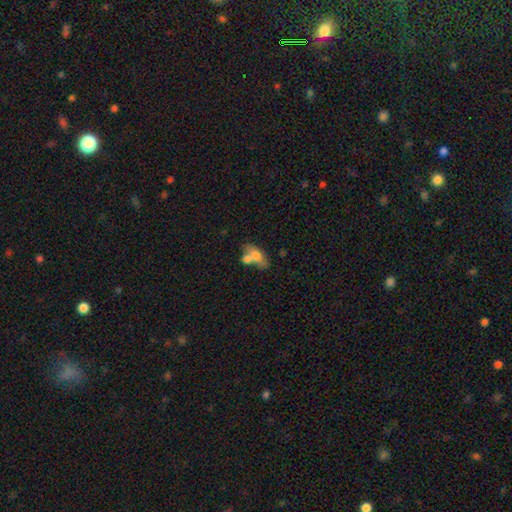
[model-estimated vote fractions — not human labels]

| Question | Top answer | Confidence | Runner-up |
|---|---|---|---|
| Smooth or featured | smooth | 65% | featured or disk (28%) |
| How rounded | in between | 79% | cigar-shaped (12%) |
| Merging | merger | 48% | none (34%) |